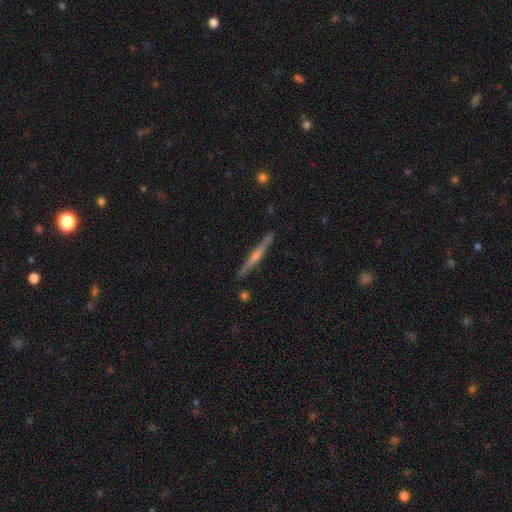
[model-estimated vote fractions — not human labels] Overall: featured or disk (70%). Edge-on disk: yes (98%). Edge-on bulge: rounded (68%). Merging: none (90%).